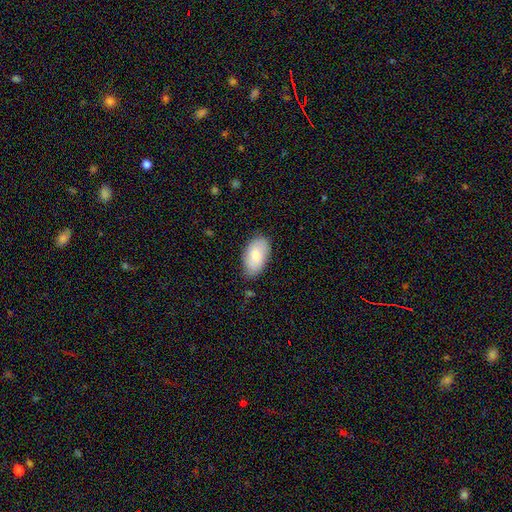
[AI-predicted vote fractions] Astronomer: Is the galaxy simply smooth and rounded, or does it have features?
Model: smooth — 79%.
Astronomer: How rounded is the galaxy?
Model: in between — 95%.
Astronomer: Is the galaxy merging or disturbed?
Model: none — 78%.